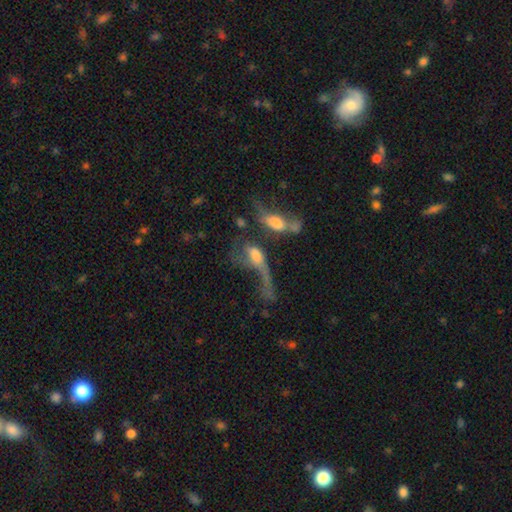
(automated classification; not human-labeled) A featured or disk galaxy (49%).

Vote fractions:
- Smooth or featured? featured or disk: 49% / smooth: 39% / star or artifact: 12%
- Merging? merger: 47% / major disturbance: 32% / none: 13% / minor disturbance: 8%